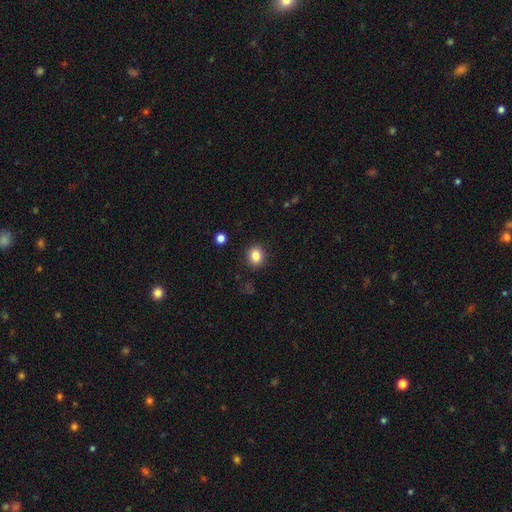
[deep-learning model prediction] A smooth galaxy with no disk features (84%) that is round (64%).

Vote fractions:
- Smooth or featured? smooth: 84% / star or artifact: 10% / featured or disk: 6%
- How rounded? round: 64% / in between: 35% / cigar-shaped: 1%
- Merging? none: 89% / minor disturbance: 7% / major disturbance: 2% / merger: 1%